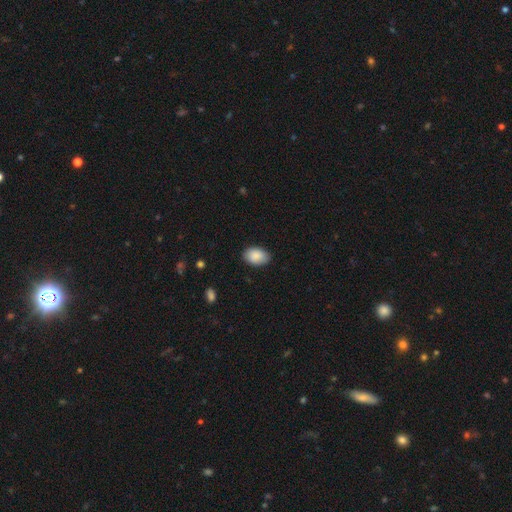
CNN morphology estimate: Overall: smooth (89%). How rounded: in between (87%). Merging: none (84%).